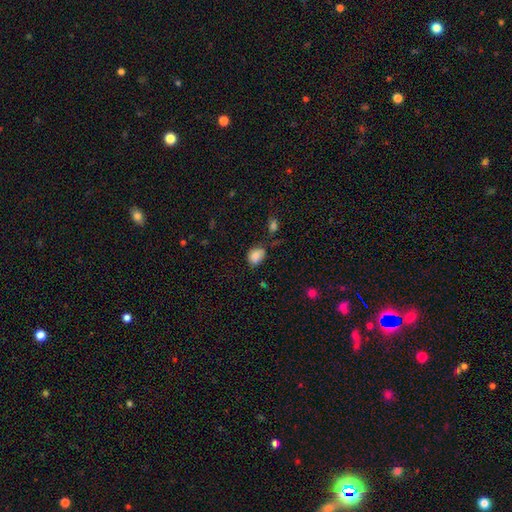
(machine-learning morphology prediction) The model was most divided on "merging": none: 51%, minor disturbance: 34%, major disturbance: 10%, merger: 5%. More confident: smooth or featured — smooth (82%); how rounded — in between (61%).